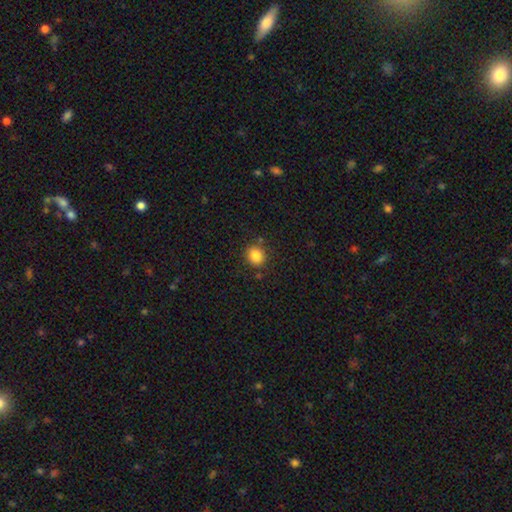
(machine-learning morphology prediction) Smooth or featured: smooth — 84% (star or artifact — 10%)
How rounded: round — 76% (in between — 23%)
Merging: none — 83% (minor disturbance — 10%)